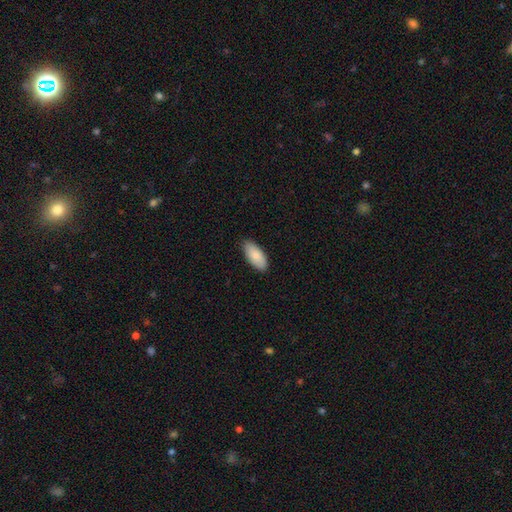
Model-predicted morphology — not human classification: smooth-or-featured: smooth: 86% | featured or disk: 8% | star or artifact: 6%
  how-rounded: in between: 92% | cigar-shaped: 7% | round: 2%
  merging: none: 86% | minor disturbance: 12% | major disturbance: 2% | merger: 1%